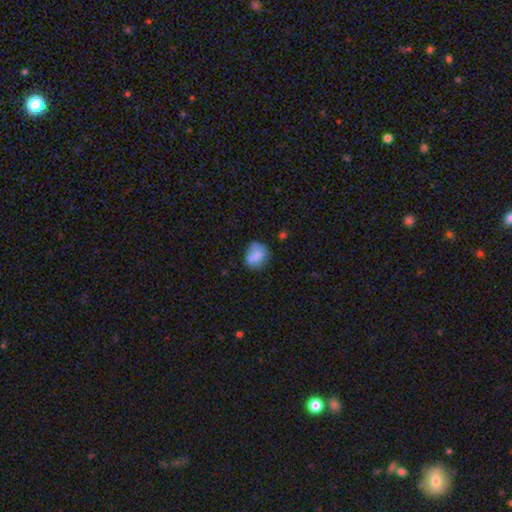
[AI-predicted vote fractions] Smooth or featured? smooth (78%)
How rounded? round (51%)
Merging? none (55%)